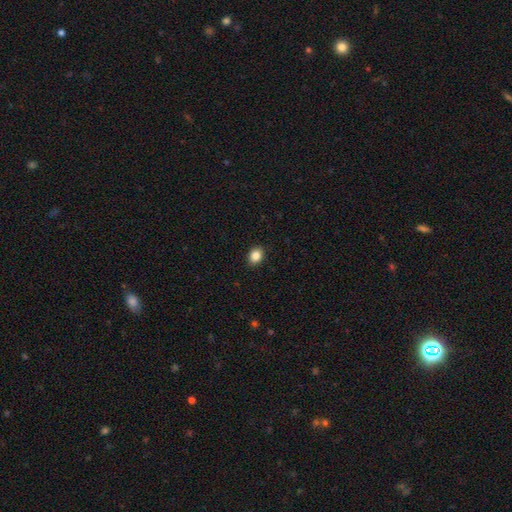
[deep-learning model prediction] smooth_or_featured: smooth (p=0.85) [alt: star or artifact p=0.10]
how_rounded: in between (p=0.60) [alt: round p=0.39]
merging: none (p=0.91) [alt: minor disturbance p=0.06]